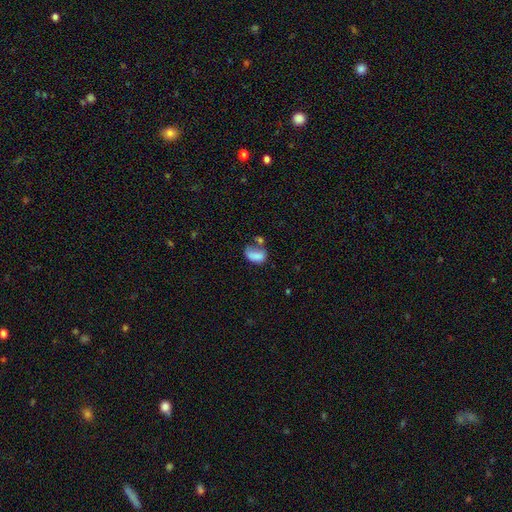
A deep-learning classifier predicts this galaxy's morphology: Smooth or featured? Predicted: smooth (p=0.76). How rounded? Predicted: in between (p=0.87). Merging? Predicted: merger (p=0.30).